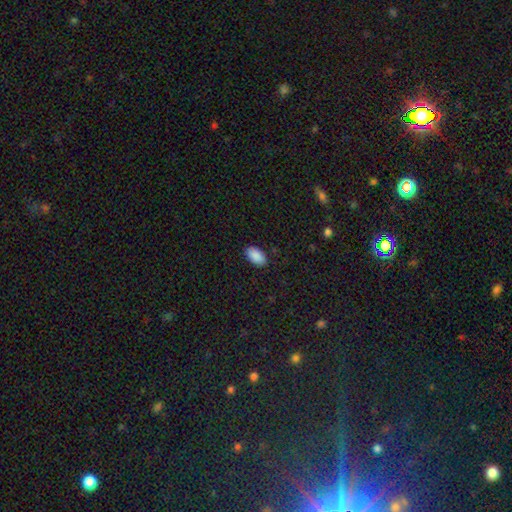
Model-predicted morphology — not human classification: smooth-or-featured: smooth: 90% | star or artifact: 7% | featured or disk: 3%
  how-rounded: in between: 94% | round: 4% | cigar-shaped: 2%
  merging: none: 88% | minor disturbance: 9% | major disturbance: 2% | merger: 1%